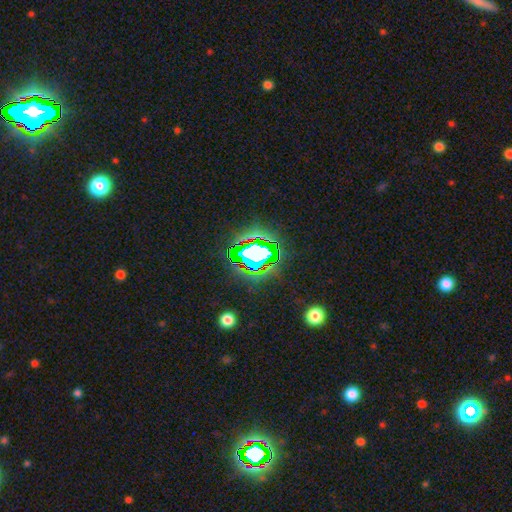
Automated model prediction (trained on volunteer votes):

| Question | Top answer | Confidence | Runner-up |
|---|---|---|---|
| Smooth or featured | star or artifact | 65% | smooth (19%) |